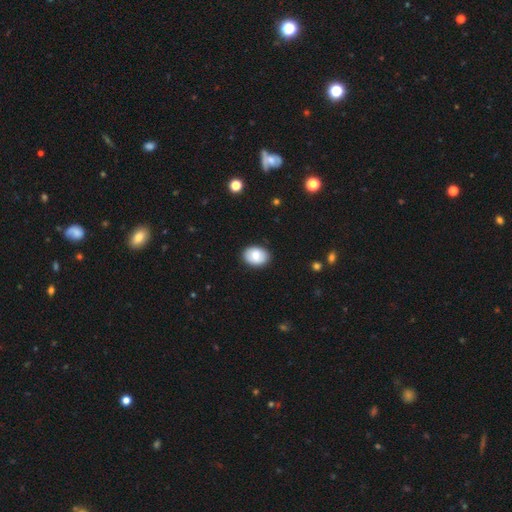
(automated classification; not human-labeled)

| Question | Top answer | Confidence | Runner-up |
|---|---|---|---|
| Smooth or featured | smooth | 80% | featured or disk (13%) |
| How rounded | in between | 73% | round (26%) |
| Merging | none | 88% | minor disturbance (9%) |